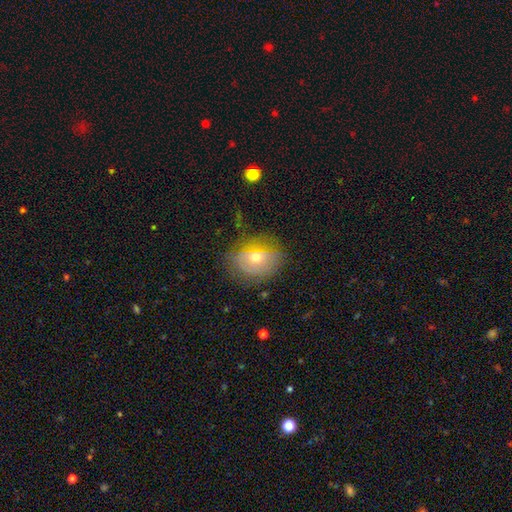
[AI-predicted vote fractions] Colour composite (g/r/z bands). It shows a featured or disk galaxy (49%). Merging: none (68%).